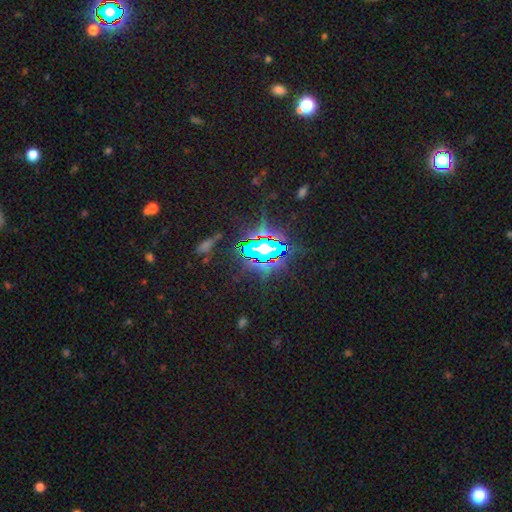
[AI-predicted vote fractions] Overall: star or artifact (76%).